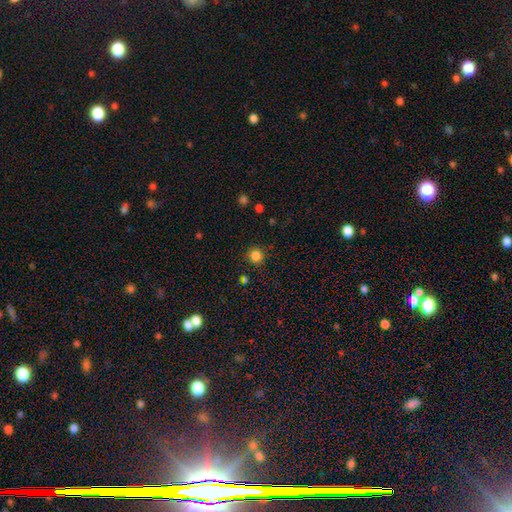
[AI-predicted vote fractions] The model was most divided on "smooth or featured": smooth: 83%, star or artifact: 13%, featured or disk: 4%. More confident: how rounded — round (95%); merging — none (90%).